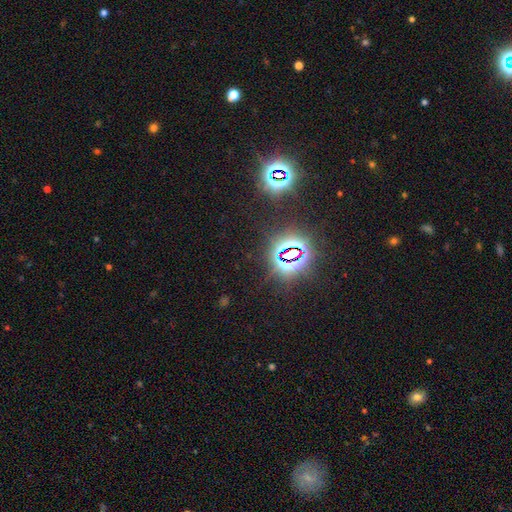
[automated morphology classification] star or artifact 80%, smooth 12%, featured or disk 8%.